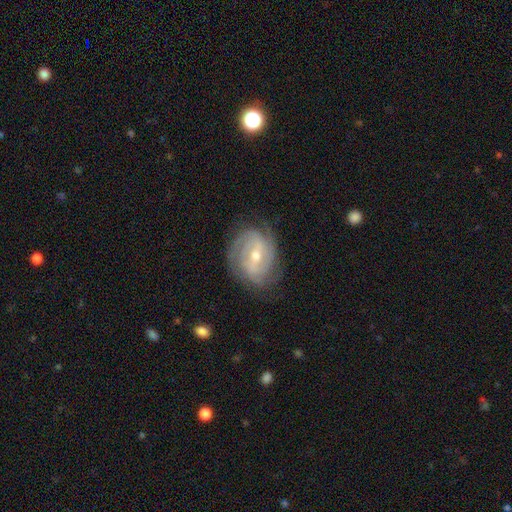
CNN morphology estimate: This is clearly a featured or disk galaxy (87%). It is clearly not viewed edge-on (97%). Bar: possibly weak (50%). Spiral arm pattern: clearly yes (96%). Spiral arm count: marginally 2 (34%). Spiral winding: possibly tight (59%). Central bulge: possibly moderate (53%). Merging: likely none (77%).